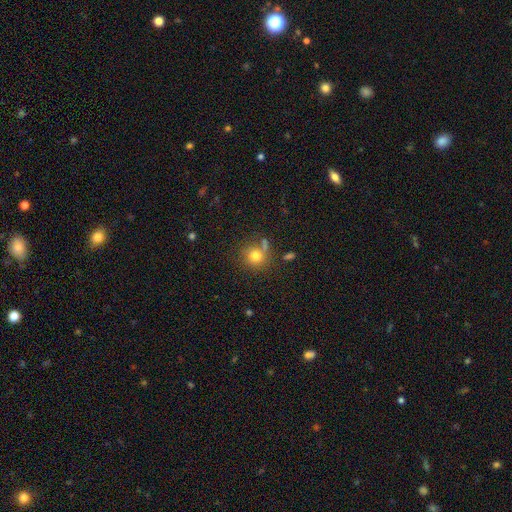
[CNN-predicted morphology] Overall: smooth (78%). How rounded: round (88%). Merging: none (67%).